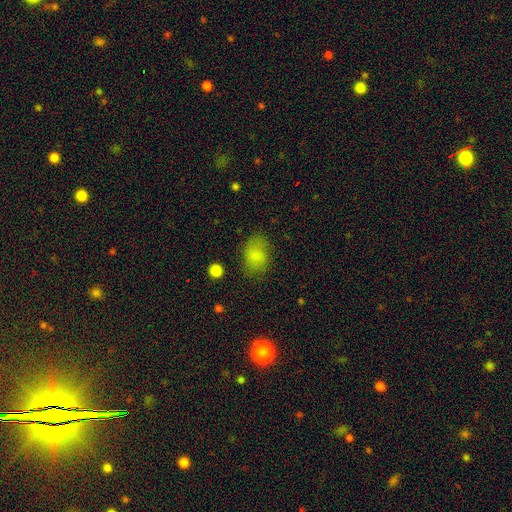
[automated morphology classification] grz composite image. It shows a smooth galaxy with no disk features (80%) that is in between round and cigar-shaped (77%). Merging: none (70%).